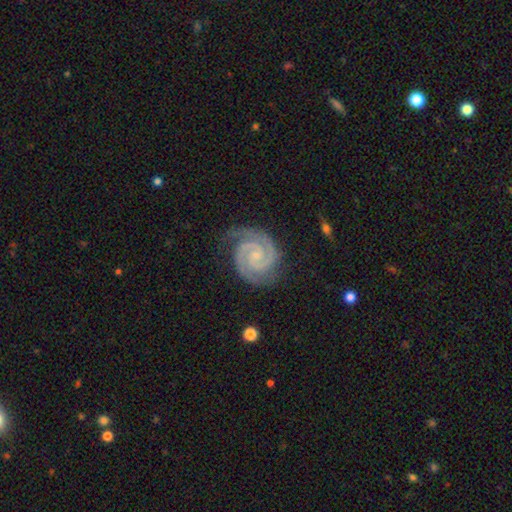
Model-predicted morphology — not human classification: type=featured or disk (94%); edge-on=no (98%); bar=no (60%); spiral arms=yes (99%); winding=tight (73%); arm count=2 (90%); bulge=small (74%); merging=none (80%).